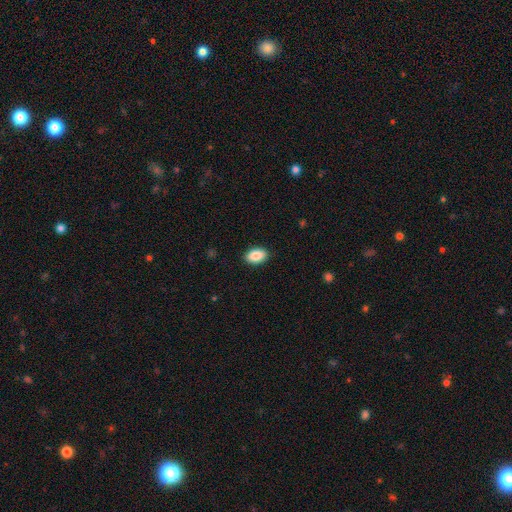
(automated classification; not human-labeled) smooth_or_featured: smooth (p=0.89) [alt: star or artifact p=0.07]
how_rounded: in between (p=0.91) [alt: round p=0.07]
merging: none (p=0.90) [alt: minor disturbance p=0.08]